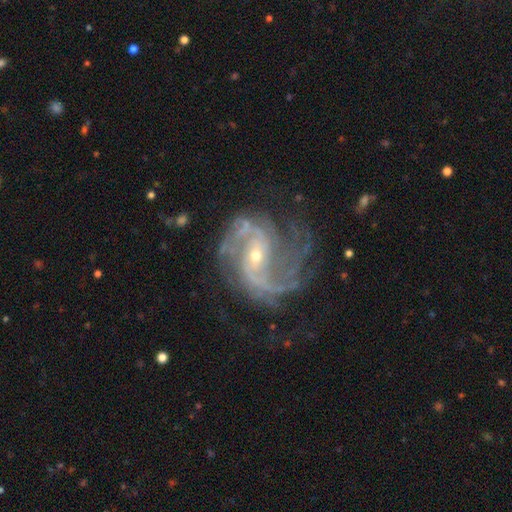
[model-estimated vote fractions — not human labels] Morphology: type=featured or disk (90%); edge-on=no (98%); bar=weak (39%); spiral arms=yes (97%); winding=medium (51%); arm count=2 (58%); bulge=small (73%); merging=none (62%).